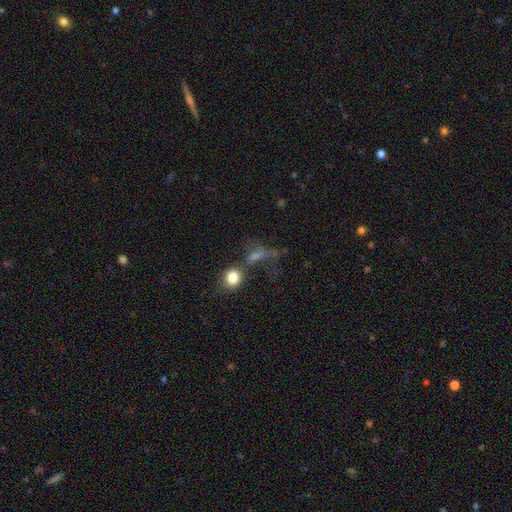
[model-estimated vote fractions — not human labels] Smooth or featured: smooth — 52% (star or artifact — 28%)
How rounded: in between — 47% (round — 41%)
Merging: none — 38% (major disturbance — 24%)